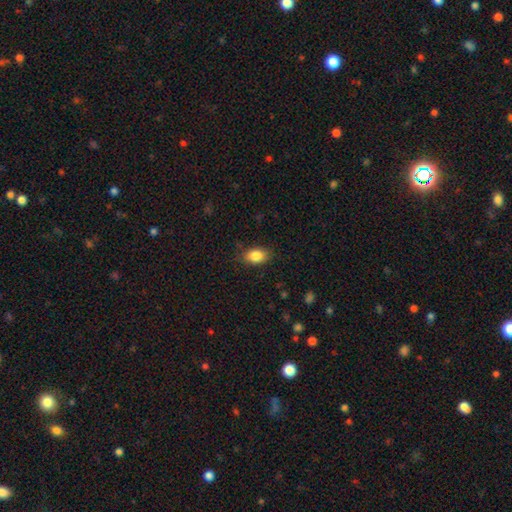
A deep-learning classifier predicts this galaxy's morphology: Smooth or featured: smooth — 86% (star or artifact — 8%)
How rounded: in between — 85% (round — 13%)
Merging: none — 82% (minor disturbance — 14%)